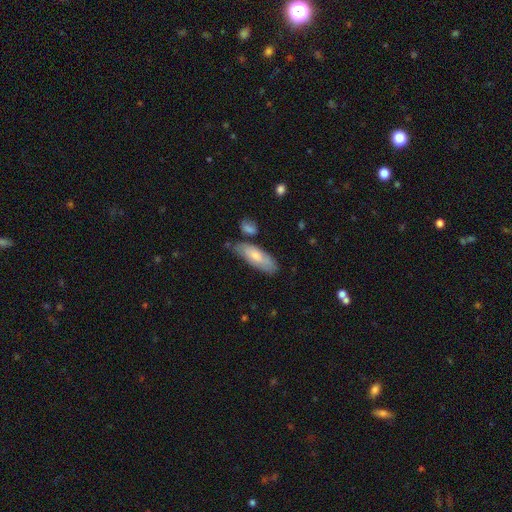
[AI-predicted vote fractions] Overall: smooth (71%). How rounded: in between (64%; cigar-shaped 34%). Merging: none (65%).